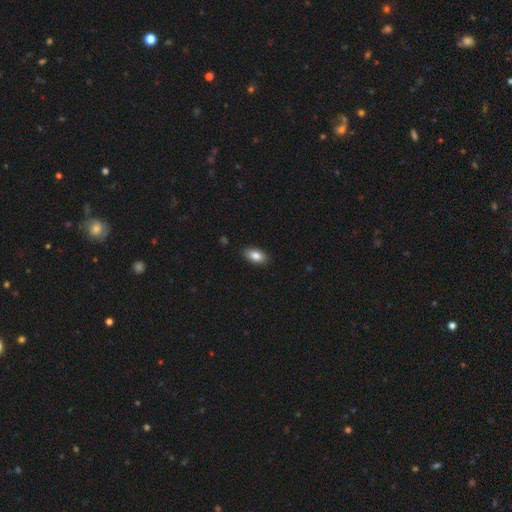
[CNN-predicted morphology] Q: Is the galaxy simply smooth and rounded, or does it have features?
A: smooth — 85%.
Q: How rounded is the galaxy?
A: in between — 92%.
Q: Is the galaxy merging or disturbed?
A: none — 89%.